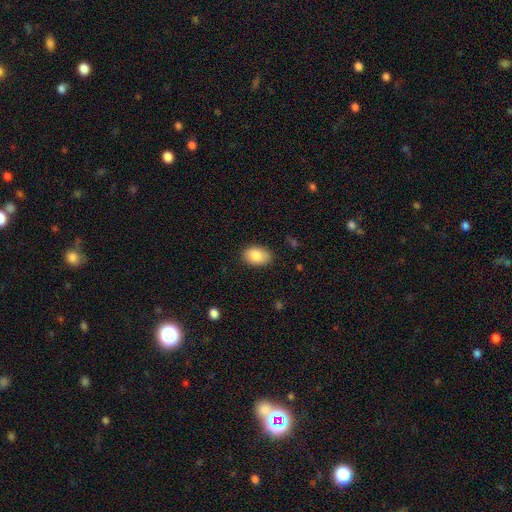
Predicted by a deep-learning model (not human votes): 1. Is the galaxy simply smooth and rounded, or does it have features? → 84% smooth, 9% featured or disk, 7% star or artifact.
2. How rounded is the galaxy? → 87% in between, 12% round, 1% cigar-shaped.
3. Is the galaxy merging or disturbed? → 85% none, 12% minor disturbance, 2% major disturbance, 1% merger.